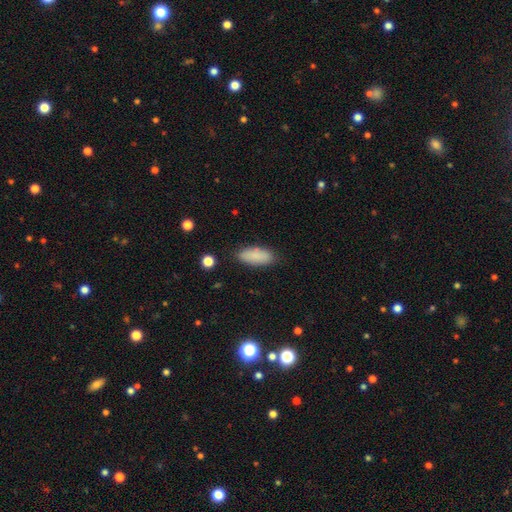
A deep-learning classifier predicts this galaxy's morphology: type=smooth (87%); roundness=in between (81%); merging=none (83%).